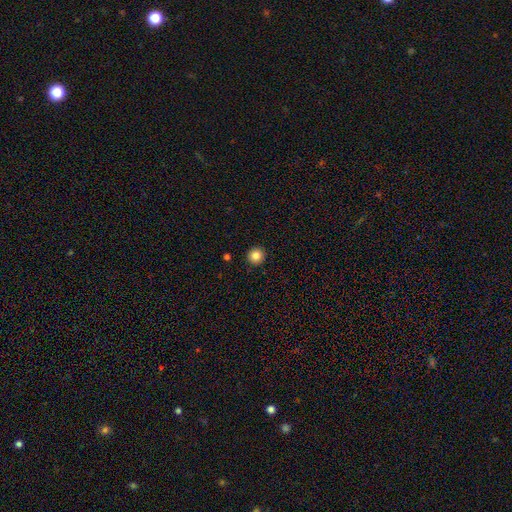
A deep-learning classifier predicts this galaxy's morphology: Q: Smooth or featured?
A: smooth (85%); runner-up: star or artifact (10%)
Q: How rounded?
A: round (95%); runner-up: in between (4%)
Q: Merging?
A: none (93%); runner-up: minor disturbance (4%)